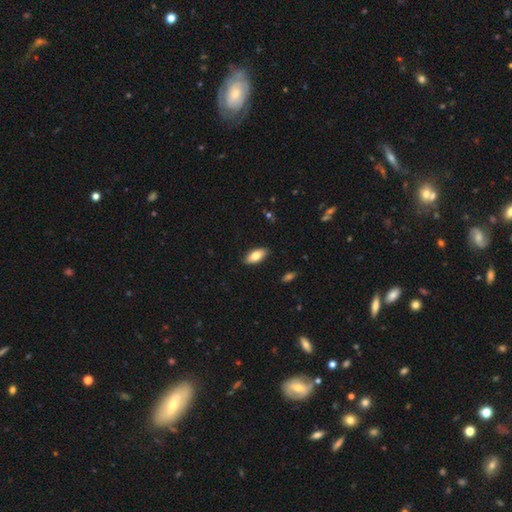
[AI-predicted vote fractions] This is likely a smooth galaxy (79%). How rounded: clearly in between (88%). Merging: clearly none (88%).